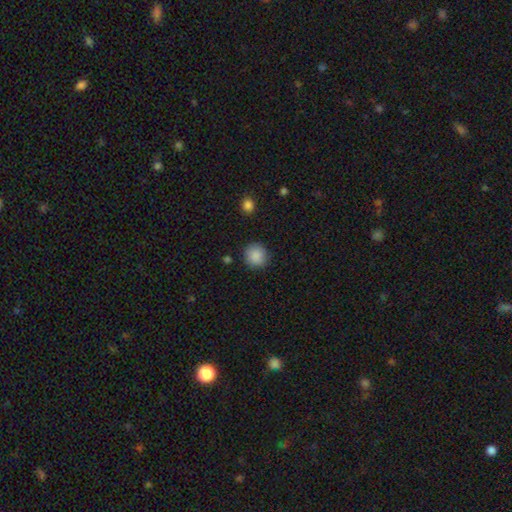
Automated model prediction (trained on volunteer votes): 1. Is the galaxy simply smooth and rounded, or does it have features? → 89% smooth, 8% star or artifact, 3% featured or disk.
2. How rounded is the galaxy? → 90% round, 9% in between, 1% cigar-shaped.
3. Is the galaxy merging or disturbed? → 88% none, 8% minor disturbance, 3% major disturbance, 1% merger.